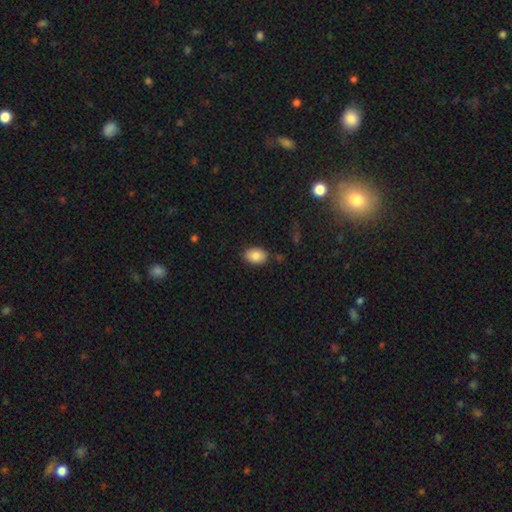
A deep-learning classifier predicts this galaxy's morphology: A smooth galaxy with no disk features (86%) that is in between round and cigar-shaped (84%).

Vote fractions:
- Smooth or featured? smooth: 86% / star or artifact: 7% / featured or disk: 7%
- How rounded? in between: 84% / round: 15% / cigar-shaped: 1%
- Merging? none: 85% / minor disturbance: 11% / major disturbance: 2% / merger: 2%